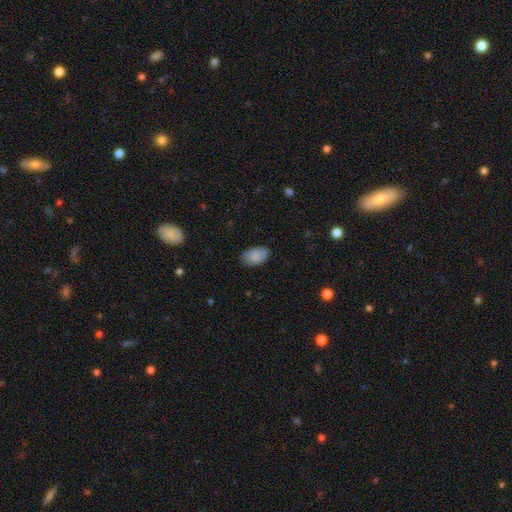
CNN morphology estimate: Smooth or featured?
  - smooth: 86% *
  - star or artifact: 7%
  - featured or disk: 7%
How rounded?
  - in between: 92% *
  - round: 6%
  - cigar-shaped: 1%
Merging?
  - none: 81% *
  - minor disturbance: 15%
  - major disturbance: 3%
  - merger: 1%